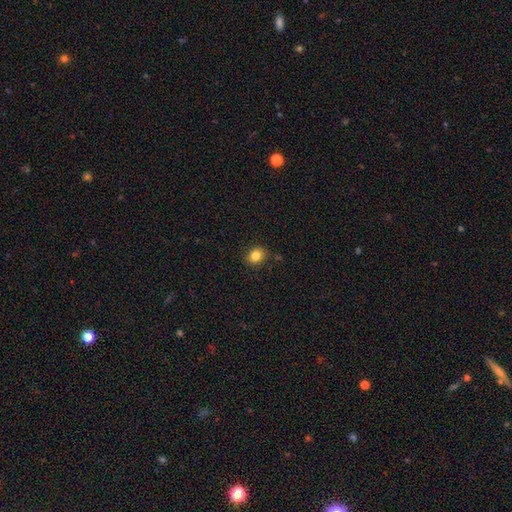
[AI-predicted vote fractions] This appears to be a smooth galaxy with no disk features (84%) that is round (59%). Merging: none (86%).